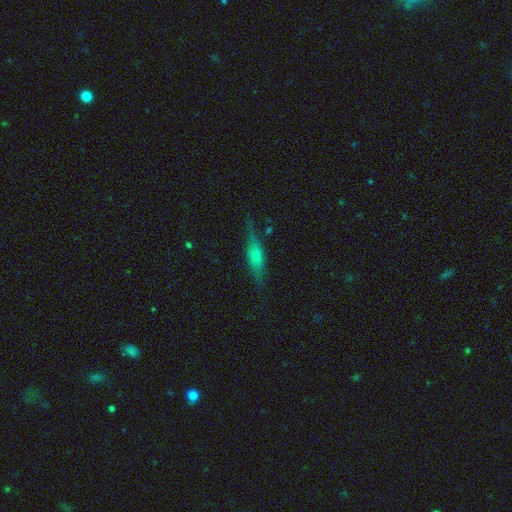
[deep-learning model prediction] Smooth or featured?
  - smooth: 48% *
  - featured or disk: 42%
  - star or artifact: 10%
Merging?
  - none: 70% *
  - minor disturbance: 21%
  - major disturbance: 7%
  - merger: 2%